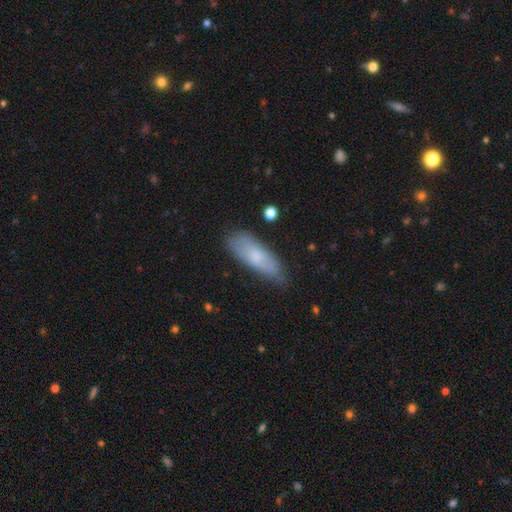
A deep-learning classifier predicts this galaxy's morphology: A smooth galaxy with no disk features (69%) that is in between round and cigar-shaped (59%).

Vote fractions:
- Smooth or featured? smooth: 69% / featured or disk: 24% / star or artifact: 7%
- How rounded? in between: 59% / cigar-shaped: 39% / round: 2%
- Merging? none: 71% / minor disturbance: 23% / major disturbance: 4% / merger: 2%